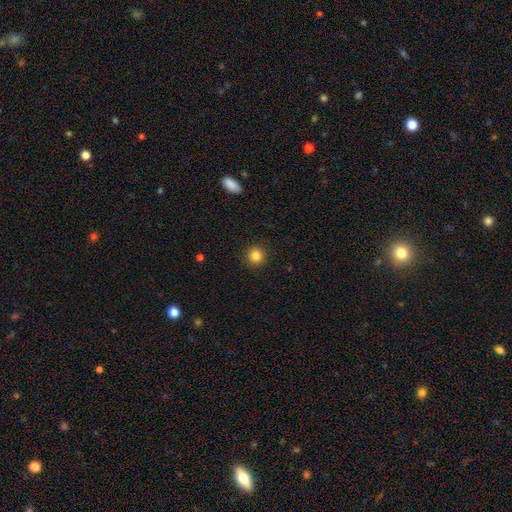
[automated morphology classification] smooth_or_featured: smooth (p=0.84) [alt: star or artifact p=0.11]
how_rounded: round (p=0.95) [alt: in between p=0.04]
merging: none (p=0.92) [alt: minor disturbance p=0.05]